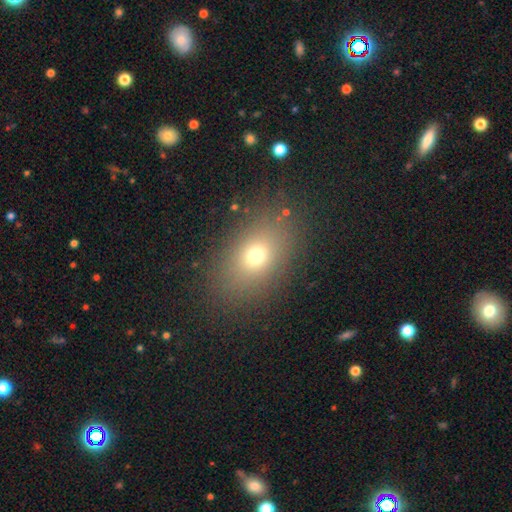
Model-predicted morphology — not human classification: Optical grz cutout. It shows a smooth galaxy with no disk features (70%) that is in between round and cigar-shaped (74%). Merging: none (84%).